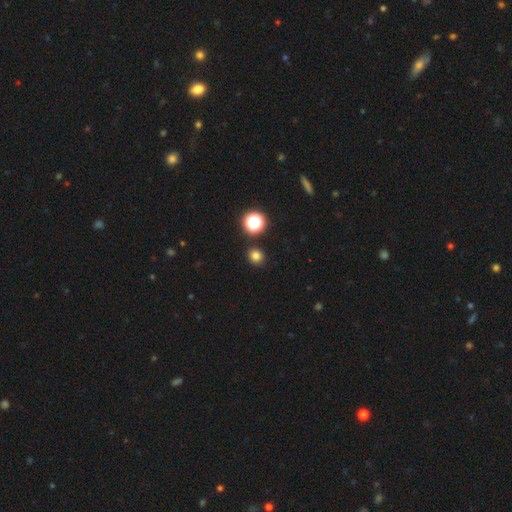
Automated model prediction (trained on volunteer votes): Smooth or featured? Predicted: smooth (p=0.78). How rounded? Predicted: round (p=0.80). Merging? Predicted: none (p=0.88).